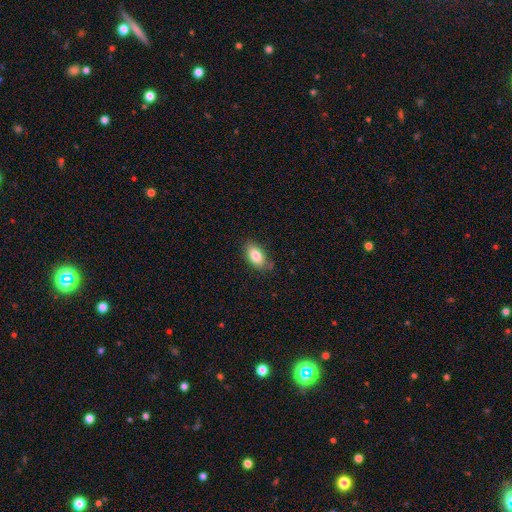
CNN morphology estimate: Smooth or featured: smooth — 83% (featured or disk — 10%)
How rounded: in between — 91% (round — 6%)
Merging: none — 77% (minor disturbance — 18%)